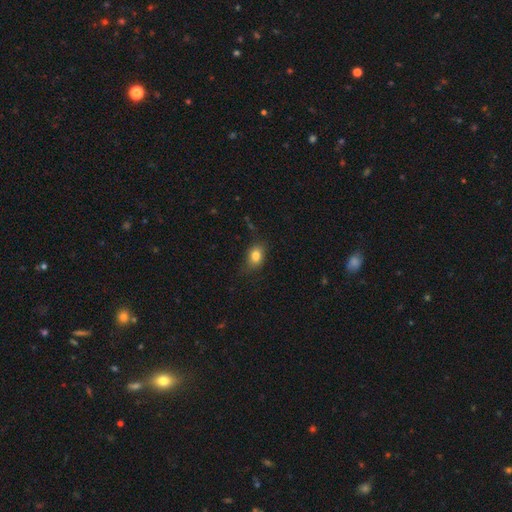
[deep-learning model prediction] Overall: smooth (82%). How rounded: in between (71%). Merging: none (77%).